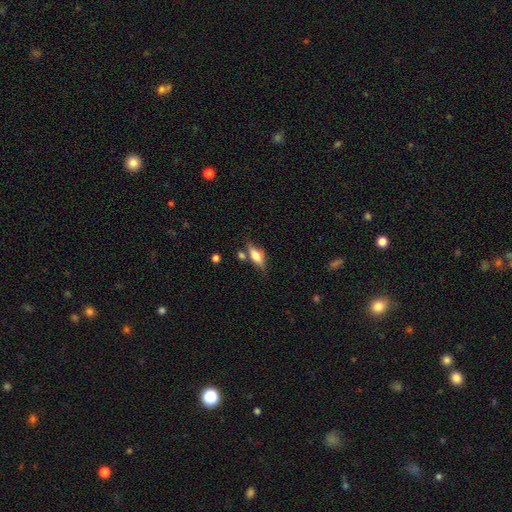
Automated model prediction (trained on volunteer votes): smooth-or-featured: smooth: 54% | featured or disk: 38% | star or artifact: 8%
  how-rounded: in between: 68% | cigar-shaped: 27% | round: 5%
  merging: none: 65% | minor disturbance: 19% | merger: 10% | major disturbance: 6%